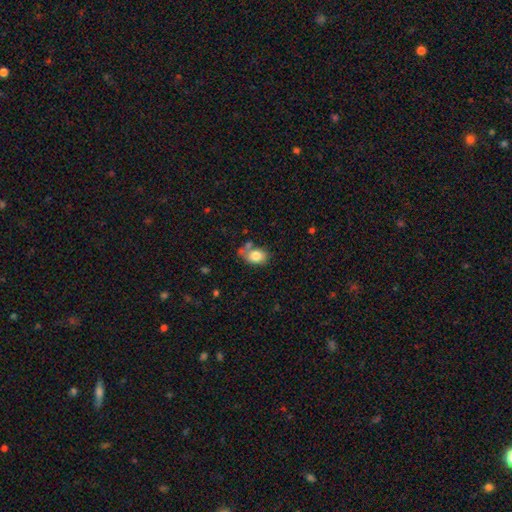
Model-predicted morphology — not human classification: Smooth or featured: smooth — 80% (featured or disk — 11%)
How rounded: in between — 77% (round — 22%)
Merging: none — 57% (minor disturbance — 22%)